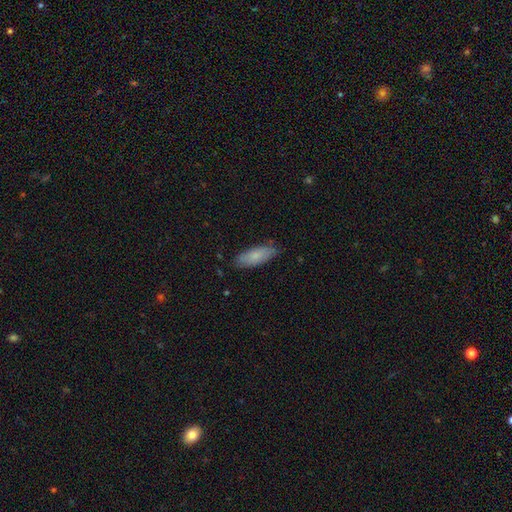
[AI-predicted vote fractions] Smooth or featured?
  - smooth: 80% *
  - featured or disk: 14%
  - star or artifact: 6%
How rounded?
  - in between: 66% *
  - cigar-shaped: 33%
  - round: 2%
Merging?
  - none: 81% *
  - minor disturbance: 15%
  - major disturbance: 3%
  - merger: 1%